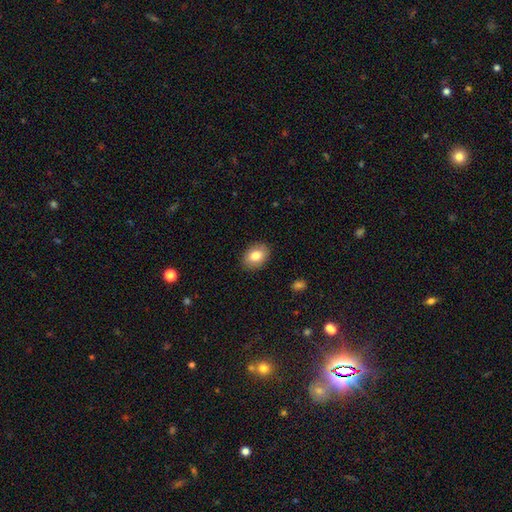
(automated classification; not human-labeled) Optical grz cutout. It shows a smooth galaxy with no disk features (82%) that is in between round and cigar-shaped (75%). Merging: none (89%).